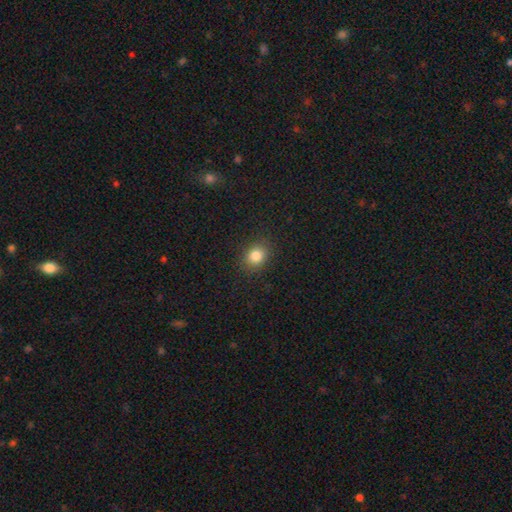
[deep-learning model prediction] smooth_or_featured: smooth (p=0.82) [alt: star or artifact p=0.12]
how_rounded: round (p=0.58) [alt: in between p=0.41]
merging: none (p=0.87) [alt: minor disturbance p=0.09]